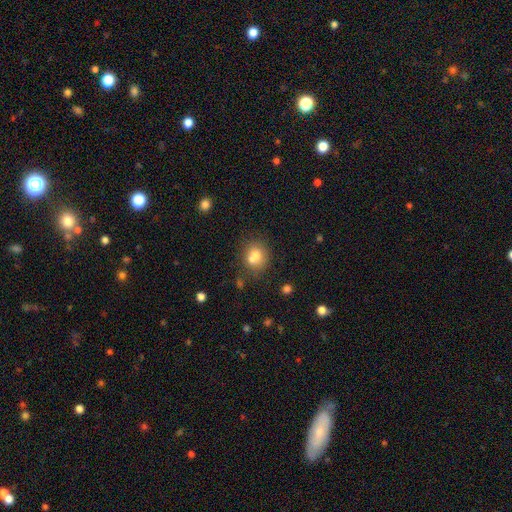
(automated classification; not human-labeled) smooth_or_featured: smooth (p=0.73) [alt: featured or disk p=0.15]
how_rounded: round (p=0.70) [alt: in between p=0.29]
merging: none (p=0.49) [alt: merger p=0.34]